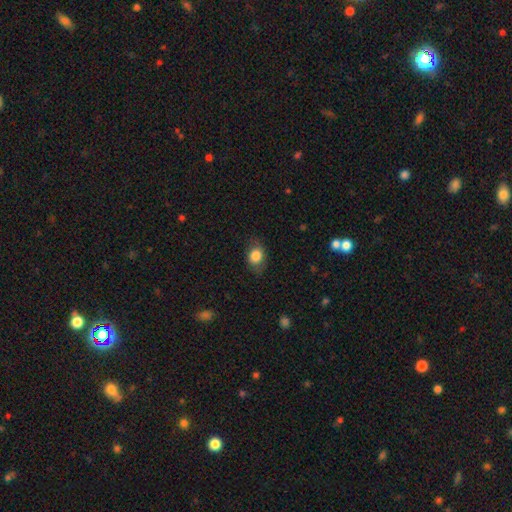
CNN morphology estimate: Overall: smooth (81%). How rounded: in between (59%; round 39%). Merging: none (73%).